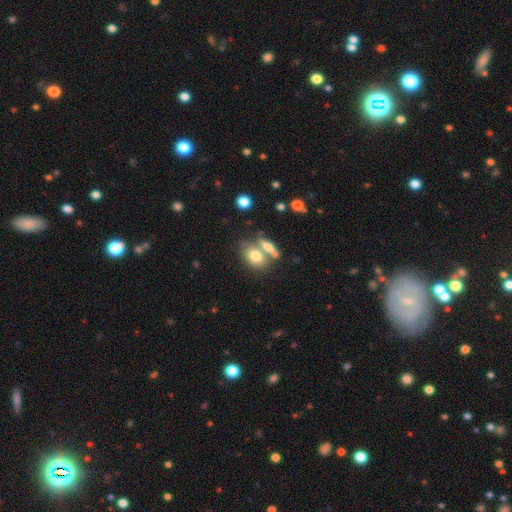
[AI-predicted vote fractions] smooth_or_featured: smooth (p=0.75) [alt: featured or disk p=0.17]
how_rounded: in between (p=0.71) [alt: round p=0.24]
merging: none (p=0.43) [alt: merger p=0.41]